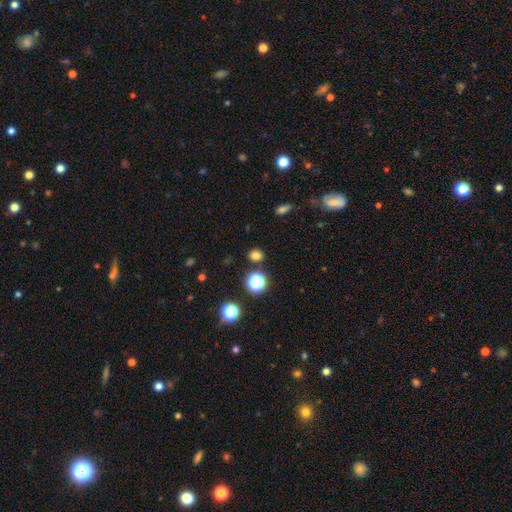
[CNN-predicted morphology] Smooth or featured?
  - smooth: 75% *
  - star or artifact: 19%
  - featured or disk: 5%
How rounded?
  - round: 73% *
  - in between: 26%
  - cigar-shaped: 1%
Merging?
  - none: 85% *
  - minor disturbance: 8%
  - merger: 4%
  - major disturbance: 3%